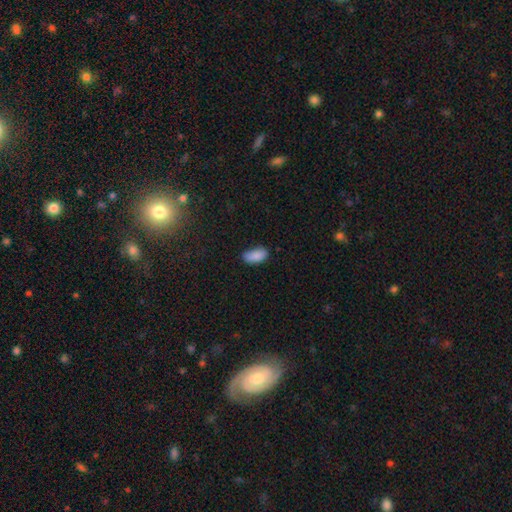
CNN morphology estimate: Smooth or featured? Predicted: smooth (p=0.88). How rounded? Predicted: in between (p=0.93). Merging? Predicted: none (p=0.71).